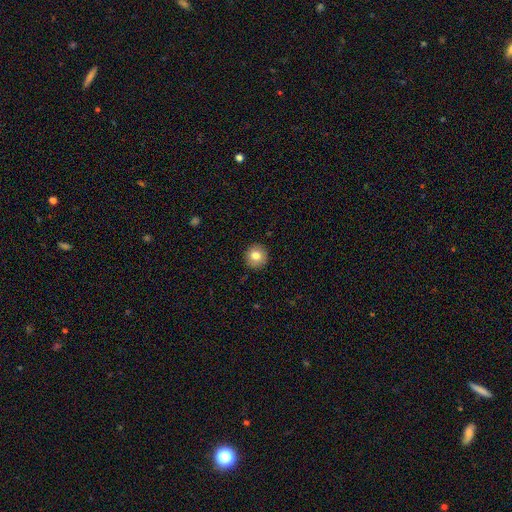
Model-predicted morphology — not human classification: Smooth or featured?
  - smooth: 80% *
  - featured or disk: 11%
  - star or artifact: 9%
How rounded?
  - round: 94% *
  - in between: 5%
  - cigar-shaped: 1%
Merging?
  - none: 91% *
  - minor disturbance: 6%
  - major disturbance: 2%
  - merger: 1%